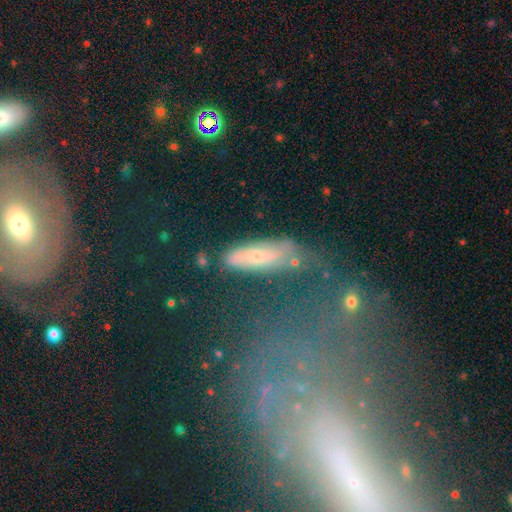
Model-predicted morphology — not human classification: type=smooth (53%); roundness=cigar-shaped (52%); merging=none (56%).